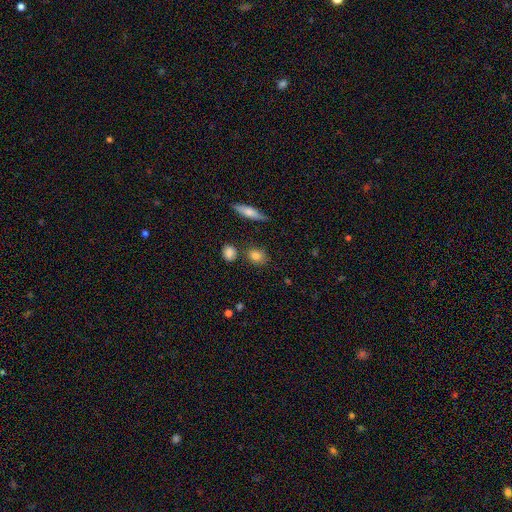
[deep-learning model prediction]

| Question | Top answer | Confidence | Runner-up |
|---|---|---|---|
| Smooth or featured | smooth | 82% | star or artifact (9%) |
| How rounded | round | 57% | in between (40%) |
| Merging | none | 79% | minor disturbance (12%) |